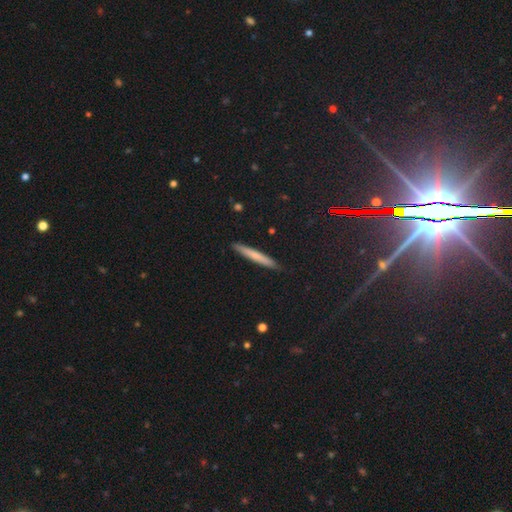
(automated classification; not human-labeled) This is likely a smooth galaxy (64%). How rounded: clearly cigar-shaped (96%). Merging: clearly none (90%).